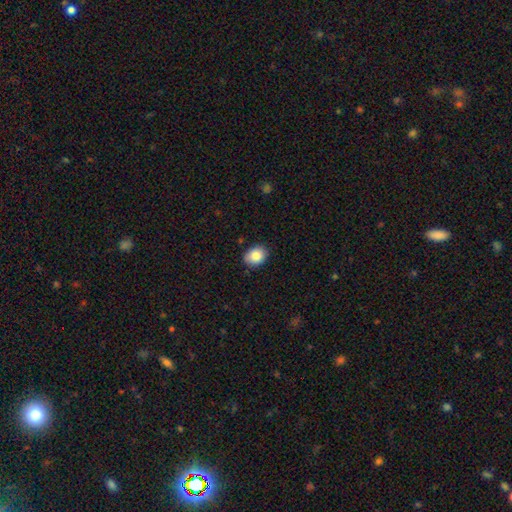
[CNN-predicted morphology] smooth 86%, star or artifact 8%, featured or disk 6%. Down the decision tree: how rounded — in between (58%); merging — none (86%).